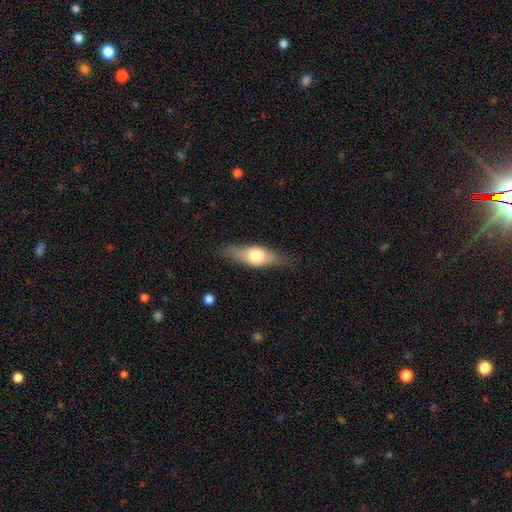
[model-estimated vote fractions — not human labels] Smooth or featured: smooth — 57% (featured or disk — 37%)
How rounded: in between — 57% (cigar-shaped — 39%)
Merging: none — 81% (minor disturbance — 14%)